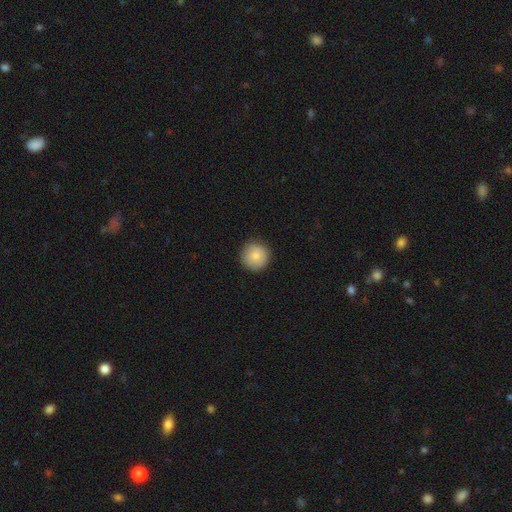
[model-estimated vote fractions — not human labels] Q: Smooth or featured?
A: smooth (84%); runner-up: featured or disk (9%)
Q: How rounded?
A: round (95%); runner-up: in between (4%)
Q: Merging?
A: none (89%); runner-up: minor disturbance (8%)